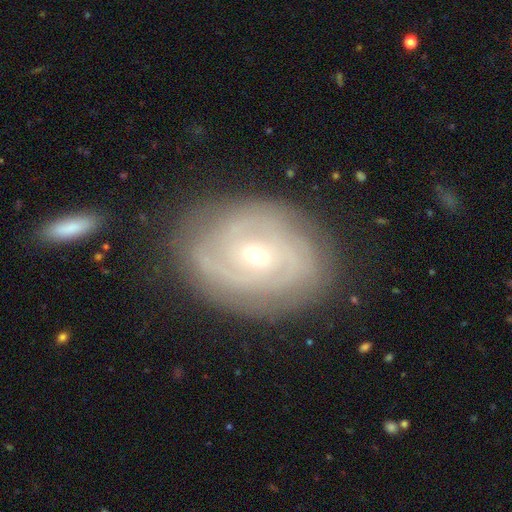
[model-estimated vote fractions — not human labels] smooth-or-featured: featured or disk: 82% | smooth: 12% | star or artifact: 6%
  disk-edge-on: no: 96% | yes: 4%
    bar: no: 60% | weak: 31% | strong: 9%
    has-spiral-arms: yes: 92% | no: 8%
      spiral-winding: tight: 74% | medium: 21% | loose: 5%
      spiral-arm-count: can't tell: 34% | 2: 29% | 3: 18% | 4: 9% | more than 4: 5% | 1: 5%
    bulge-size: small: 73% | moderate: 24% | large: 1% | none: 1% | dominant: 1%
  merging: none: 79% | minor disturbance: 14% | major disturbance: 5% | merger: 2%